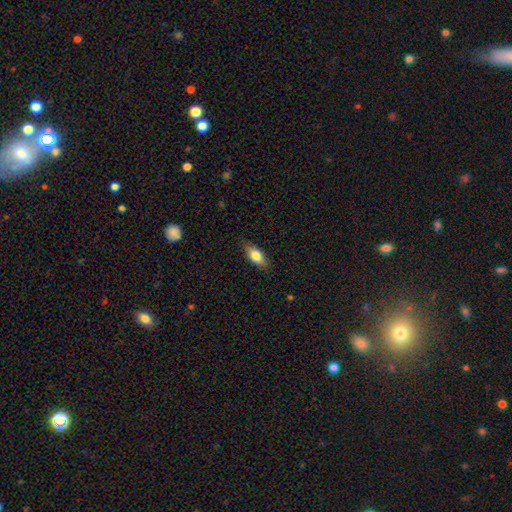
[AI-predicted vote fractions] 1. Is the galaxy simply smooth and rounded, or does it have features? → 79% smooth, 14% featured or disk, 7% star or artifact.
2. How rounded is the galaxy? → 84% in between, 12% cigar-shaped, 4% round.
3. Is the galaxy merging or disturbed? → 83% none, 13% minor disturbance, 3% major disturbance, 1% merger.